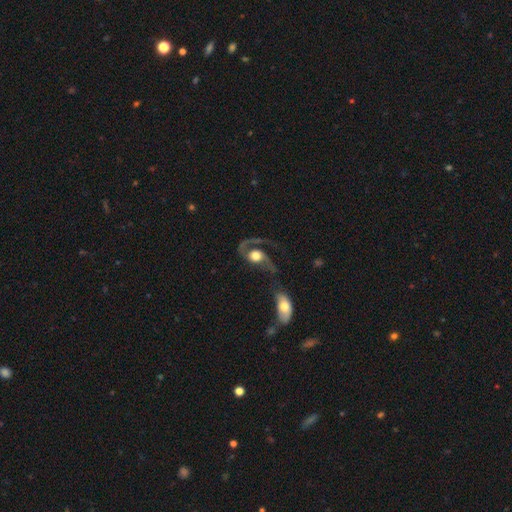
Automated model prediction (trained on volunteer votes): Q: Smooth or featured?
A: featured or disk (76%); runner-up: smooth (18%)
Q: Edge-on disk?
A: no (96%); runner-up: yes (4%)
Q: Bar?
A: no (72%); runner-up: weak (20%)
Q: Spiral arms?
A: yes (89%); runner-up: no (11%)
Q: Spiral winding?
A: loose (53%); runner-up: medium (36%)
Q: Spiral arm count?
A: 2 (54%); runner-up: 1 (41%)
Q: Bulge size?
A: large (44%); runner-up: moderate (43%)
Q: Merging?
A: major disturbance (40%); runner-up: none (31%)